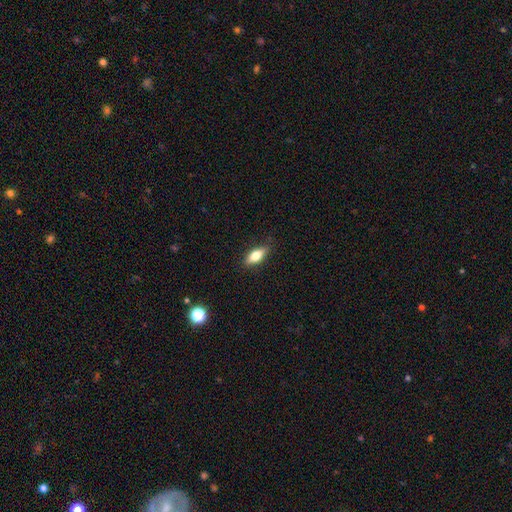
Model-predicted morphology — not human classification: Overall: smooth (70%). How rounded: in between (73%). Merging: none (85%).